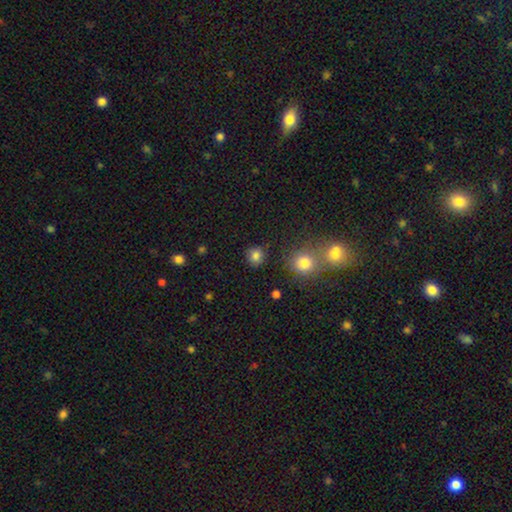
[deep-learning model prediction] Smooth or featured? Predicted: smooth (p=0.82). How rounded? Predicted: round (p=0.87). Merging? Predicted: none (p=0.85).